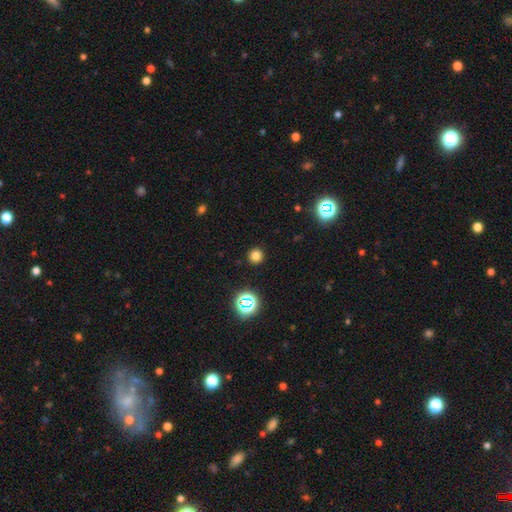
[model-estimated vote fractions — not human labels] Smooth or featured? smooth (76%)
How rounded? round (95%)
Merging? none (92%)